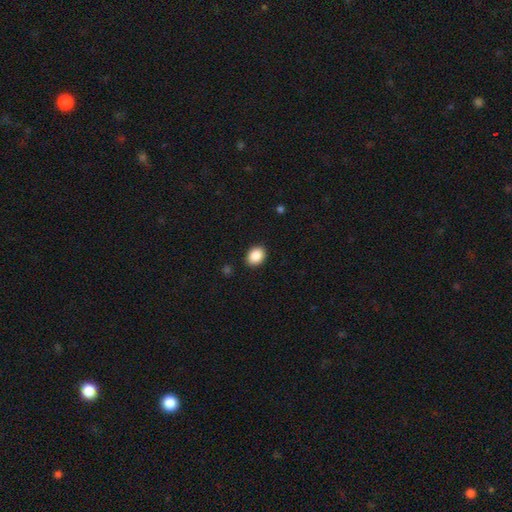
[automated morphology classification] This is clearly a smooth galaxy (88%). How rounded: possibly in between (58%). Merging: clearly none (90%).